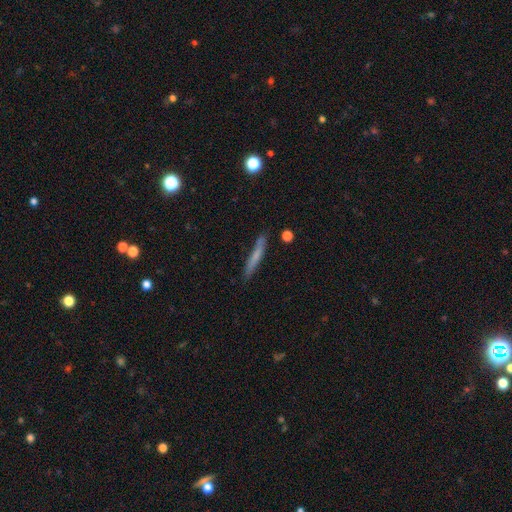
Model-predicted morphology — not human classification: smooth_or_featured: smooth (p=0.62) [alt: featured or disk p=0.31]
how_rounded: cigar-shaped (p=0.95) [alt: in between p=0.04]
merging: none (p=0.84) [alt: minor disturbance p=0.11]